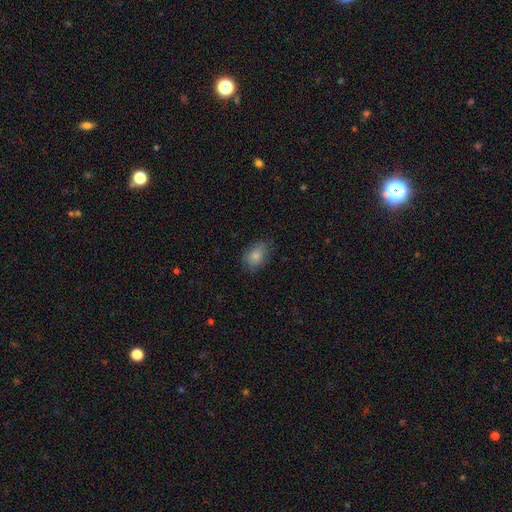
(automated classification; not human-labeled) This is clearly a smooth galaxy (83%). How rounded: likely in between (79%). Merging: likely none (76%).